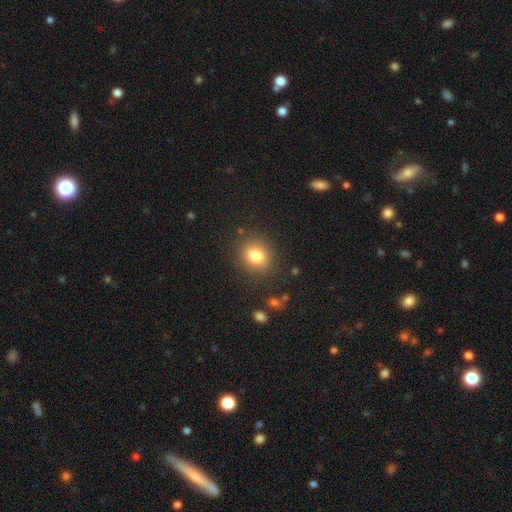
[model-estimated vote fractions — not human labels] This is clearly a smooth galaxy (80%). How rounded: likely round (64%). Merging: clearly none (84%).